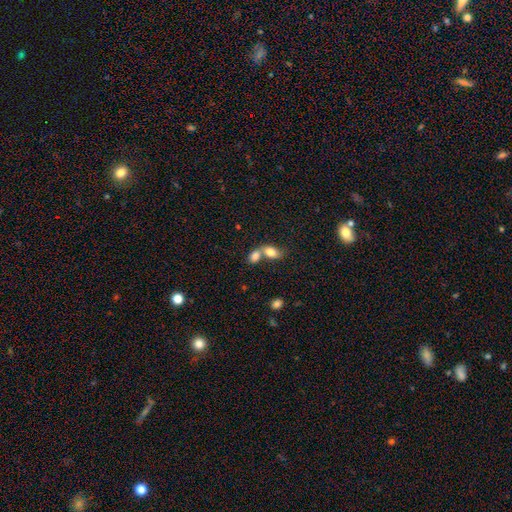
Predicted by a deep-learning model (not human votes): Morphology: type=smooth (80%); roundness=in between (82%); merging=merger (70%).